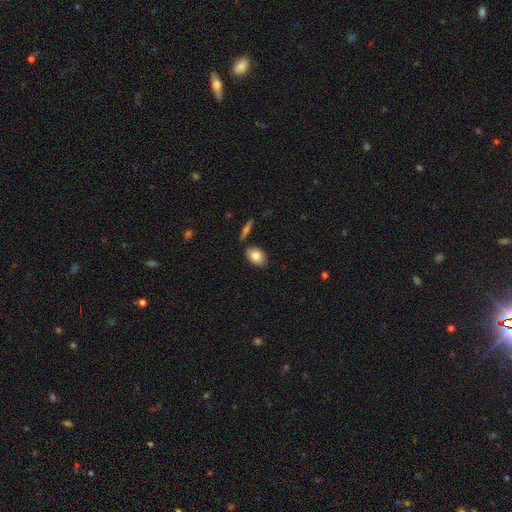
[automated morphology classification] smooth-or-featured: smooth: 83% | featured or disk: 11% | star or artifact: 7%
  how-rounded: in between: 87% | round: 11% | cigar-shaped: 2%
  merging: none: 81% | minor disturbance: 12% | merger: 5% | major disturbance: 2%